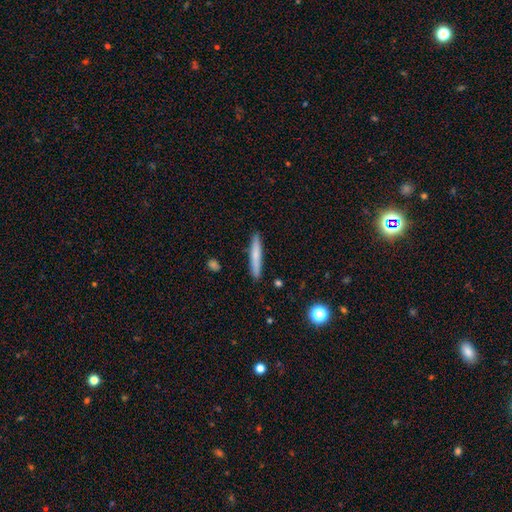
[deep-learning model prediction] Overall: smooth (71%). How rounded: cigar-shaped (94%). Merging: none (90%).